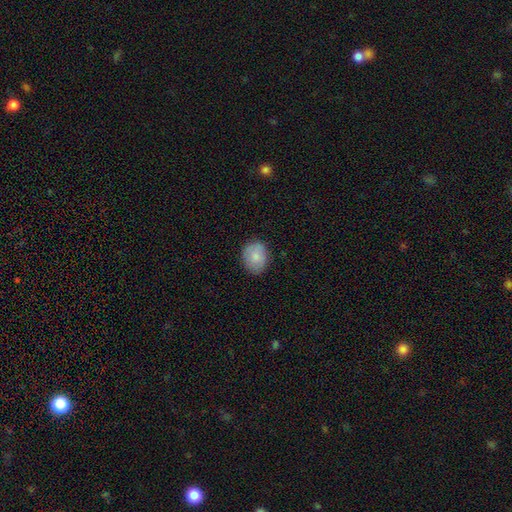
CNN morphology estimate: A smooth galaxy with no disk features (83%) that is round (50%). Merging: none (84%).